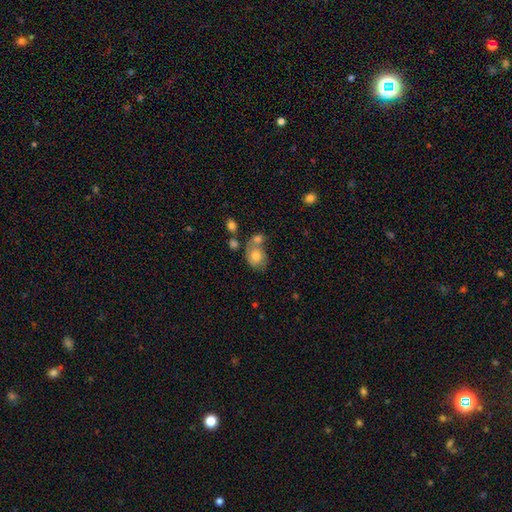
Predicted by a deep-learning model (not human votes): This is likely a smooth galaxy (72%). How rounded: possibly in between (52%). Merging: marginally none (38%, tied with merger).